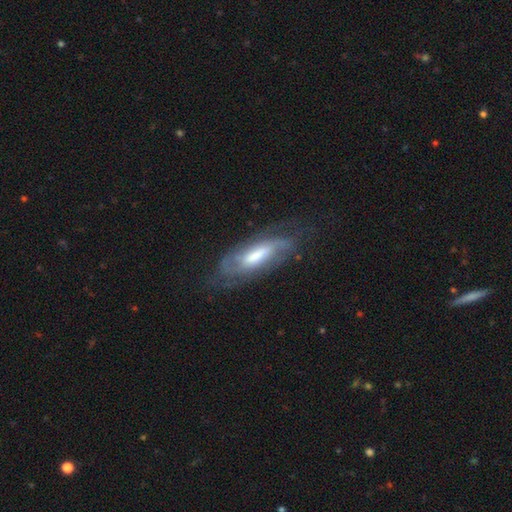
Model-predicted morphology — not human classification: A featured or disk galaxy (73%) with a weak bar (41%), spiral arms (86%) and a moderate central bulge (52%).

Vote fractions:
- Smooth or featured? featured or disk: 73% / smooth: 18% / star or artifact: 8%
- Edge-on disk? no: 78% / yes: 22%
- Bar? weak: 41% / no: 40% / strong: 19%
- Spiral arms? yes: 86% / no: 14%
- Bulge size? moderate: 52% / large: 22% / small: 18% / none: 6% / dominant: 2%
- Merging? none: 70% / minor disturbance: 19% / major disturbance: 9% / merger: 1%